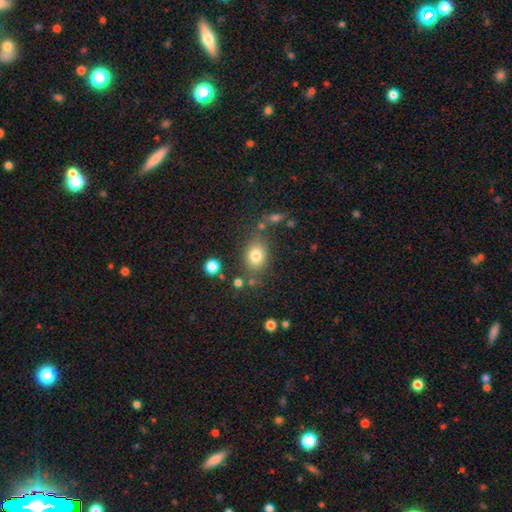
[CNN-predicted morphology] The model was most divided on "how rounded": in between: 58%, round: 41%, cigar-shaped: 1%. More confident: smooth or featured — smooth (80%); merging — none (74%).